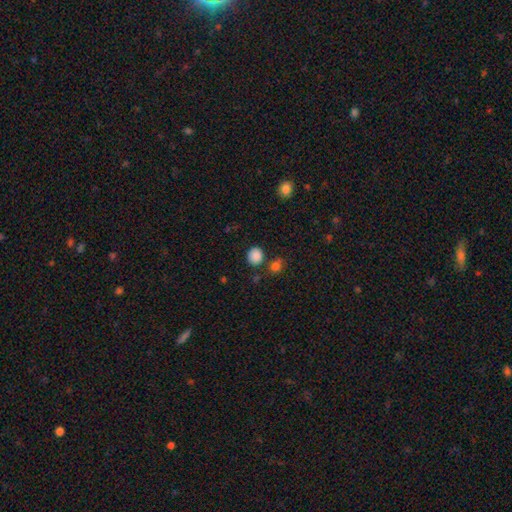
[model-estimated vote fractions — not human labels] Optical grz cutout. It shows a smooth galaxy with no disk features (87%) that is round (75%). Merging: none (78%).